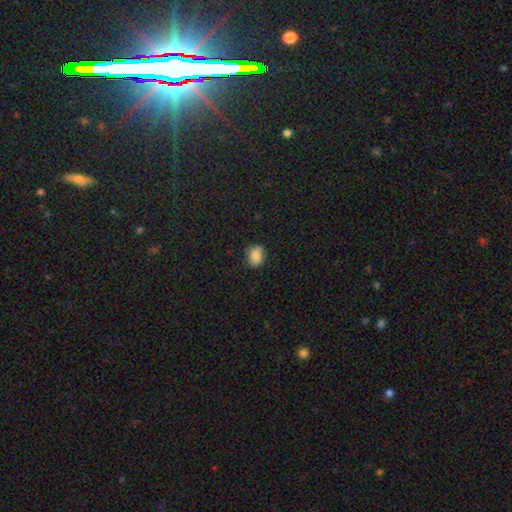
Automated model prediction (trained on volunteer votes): Smooth or featured? Predicted: smooth (p=0.83). How rounded? Predicted: in between (p=0.60). Merging? Predicted: none (p=0.74).